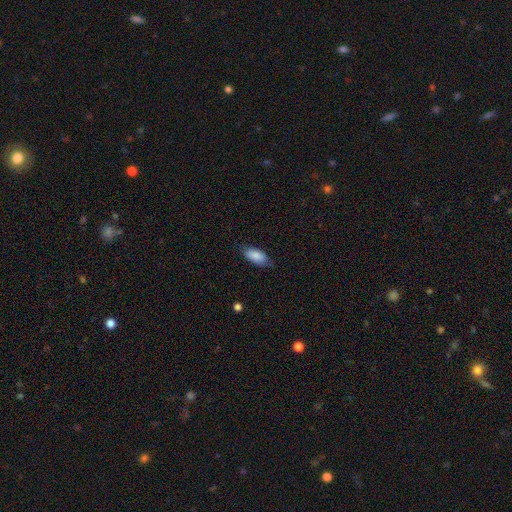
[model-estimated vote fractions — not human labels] This is clearly a smooth galaxy (86%). How rounded: clearly in between (88%). Merging: likely none (77%).